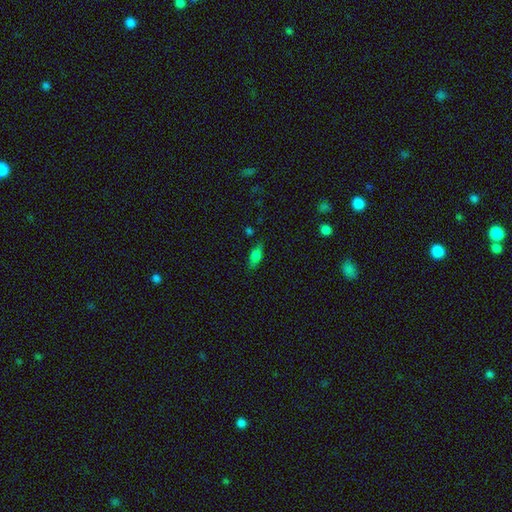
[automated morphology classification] Overall: smooth (74%). How rounded: in between (76%). Merging: none (77%).